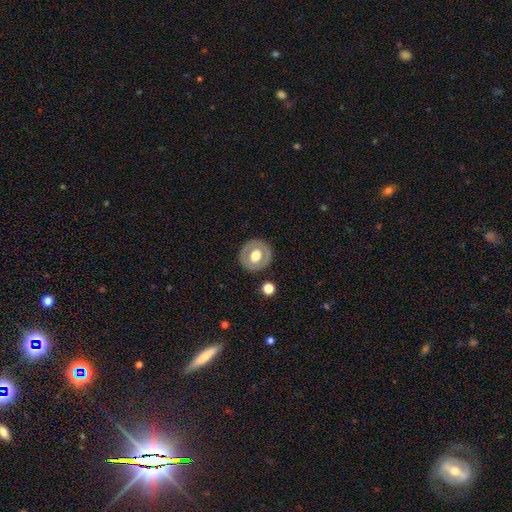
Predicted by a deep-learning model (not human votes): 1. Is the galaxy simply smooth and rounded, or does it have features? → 49% smooth, 44% featured or disk, 6% star or artifact.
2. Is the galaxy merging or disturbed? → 86% none, 9% minor disturbance, 3% major disturbance, 2% merger.